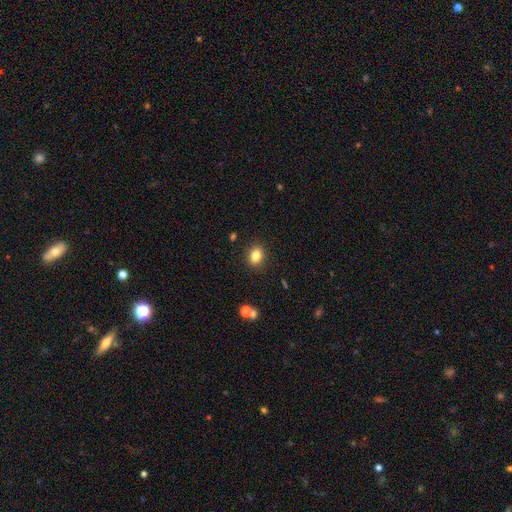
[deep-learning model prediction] Overall: smooth (82%). How rounded: in between (57%; round 42%). Merging: none (88%).